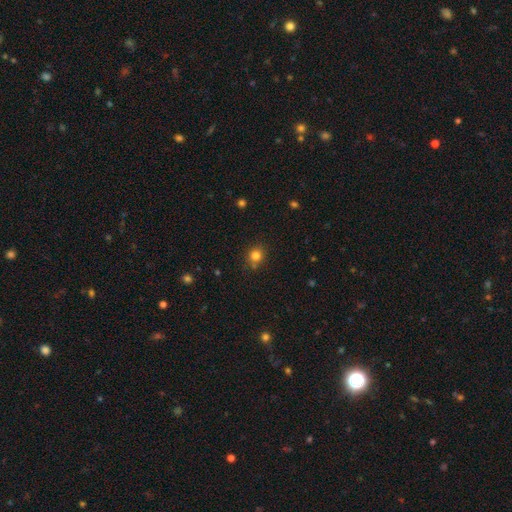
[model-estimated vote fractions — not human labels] Smooth or featured? Predicted: smooth (p=0.81). How rounded? Predicted: round (p=0.83). Merging? Predicted: none (p=0.77).